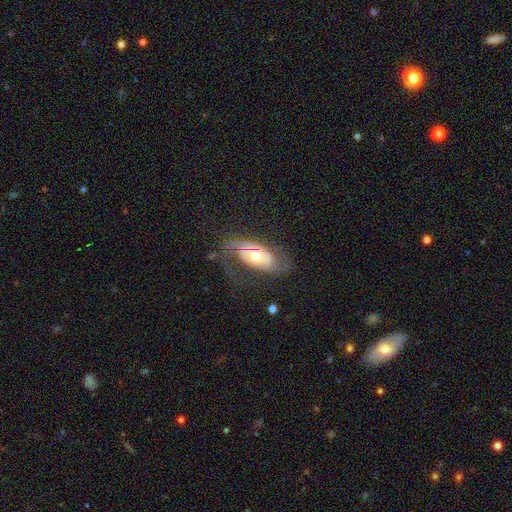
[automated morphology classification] A featured or disk galaxy (71%) with no bar (71%), 2 (60%) medium (39%) spiral arms (84%) and a moderate central bulge (69%). Merging: none (50%).